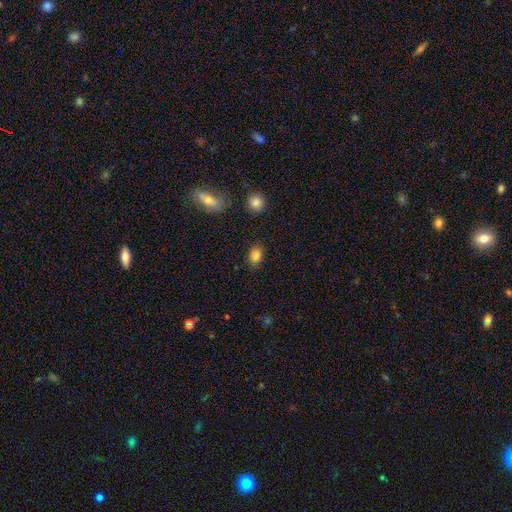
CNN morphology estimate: Smooth or featured? Predicted: smooth (p=0.84). How rounded? Predicted: in between (p=0.62). Merging? Predicted: none (p=0.81).